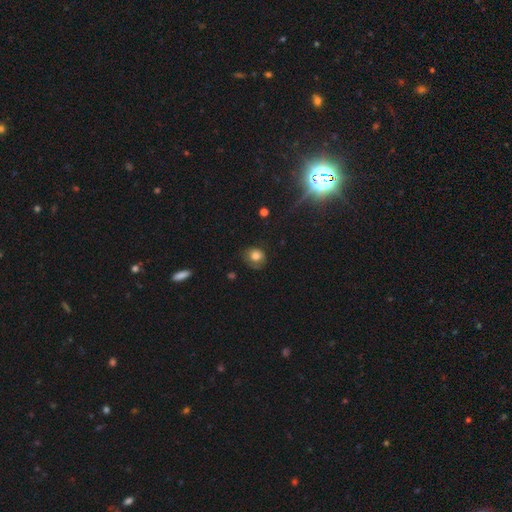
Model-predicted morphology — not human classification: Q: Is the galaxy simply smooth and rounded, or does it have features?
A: smooth — 78%.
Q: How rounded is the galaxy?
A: round — 71%.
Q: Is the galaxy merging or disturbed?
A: none — 61%.